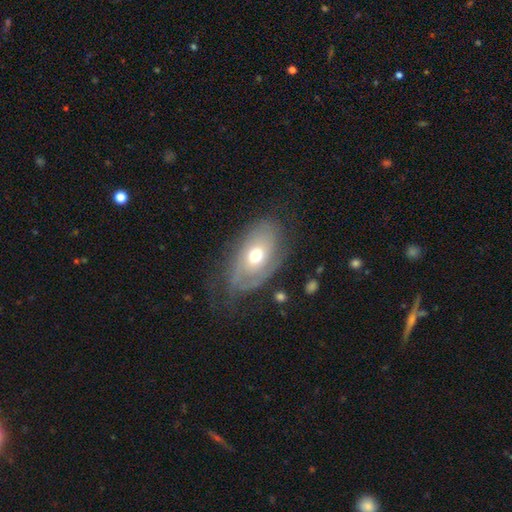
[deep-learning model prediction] This appears to be a featured or disk galaxy (55%). Merging: none (61%).